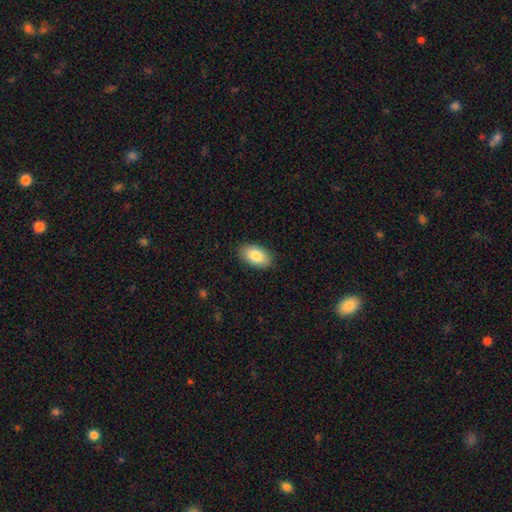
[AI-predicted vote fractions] A smooth galaxy with no disk features (85%) that is in between round and cigar-shaped (94%).

Vote fractions:
- Smooth or featured? smooth: 85% / featured or disk: 9% / star or artifact: 7%
- How rounded? in between: 94% / round: 4% / cigar-shaped: 2%
- Merging? none: 89% / minor disturbance: 8% / major disturbance: 2% / merger: 1%